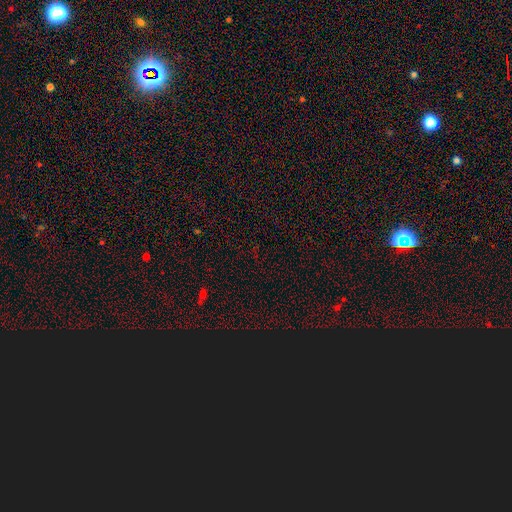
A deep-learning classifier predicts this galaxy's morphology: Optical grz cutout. It shows a star or artifact, not a galaxy (73%).